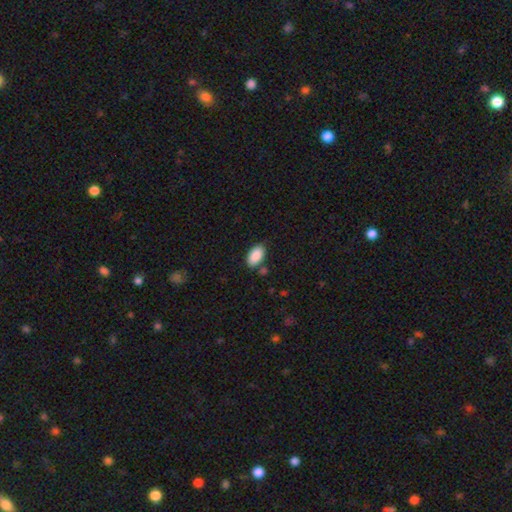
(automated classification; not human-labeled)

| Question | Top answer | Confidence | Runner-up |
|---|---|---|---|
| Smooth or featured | smooth | 89% | star or artifact (7%) |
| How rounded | in between | 94% | round (4%) |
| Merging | none | 79% | minor disturbance (13%) |